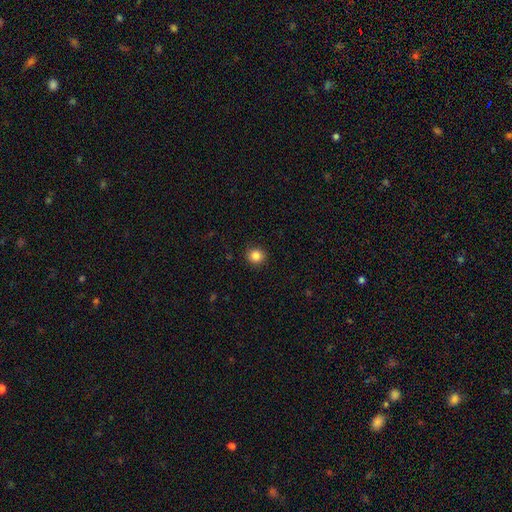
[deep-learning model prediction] The model was most divided on "smooth or featured": smooth: 85%, star or artifact: 11%, featured or disk: 4%. More confident: merging — none (92%); how rounded — round (88%).